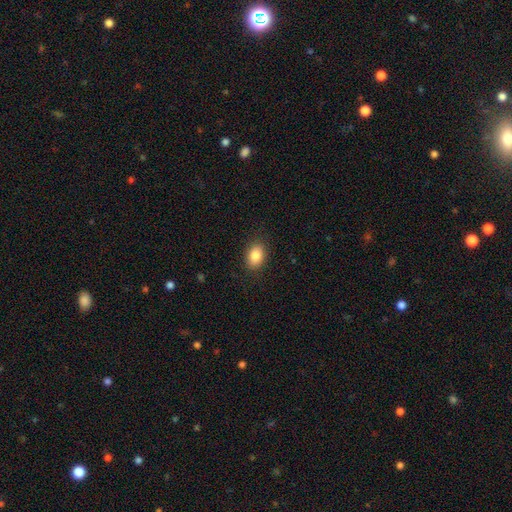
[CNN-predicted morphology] This appears to be a smooth galaxy with no disk features (85%) that is in between round and cigar-shaped (79%). Merging: none (88%).